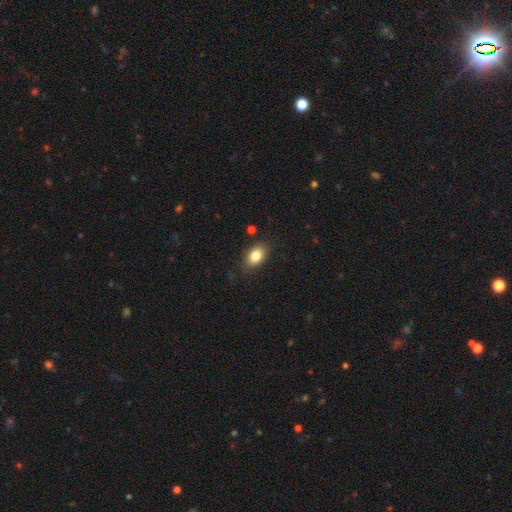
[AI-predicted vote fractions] Smooth or featured? smooth (83%)
How rounded? in between (86%)
Merging? none (83%)